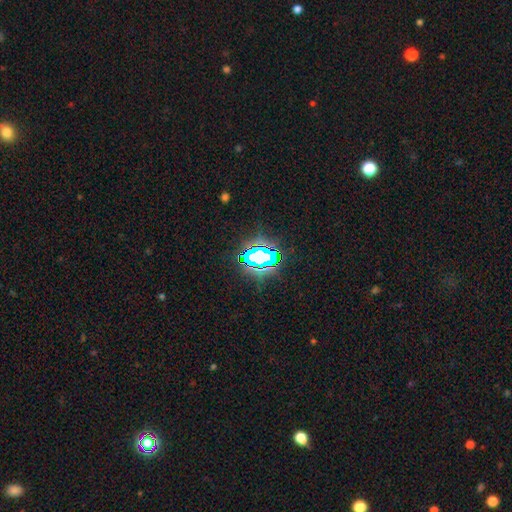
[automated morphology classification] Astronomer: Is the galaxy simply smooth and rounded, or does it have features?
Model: star or artifact — 68%.